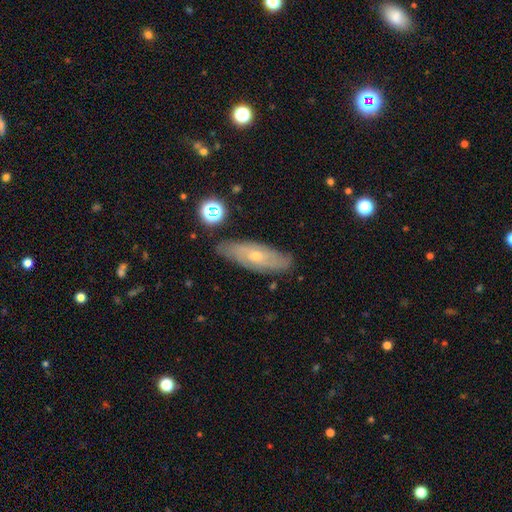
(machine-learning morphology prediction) Overall: featured or disk (63%; smooth 28%). Edge-on disk: no (80%). Bar: no (73%). Spiral arms: yes (81%). Bulge size: small (65%; moderate 32%). Merging: none (78%).